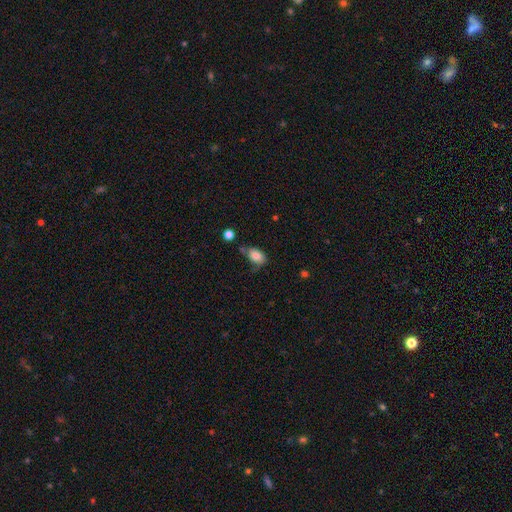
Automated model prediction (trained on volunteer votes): A smooth galaxy with no disk features (81%) that is in between round and cigar-shaped (88%).

Vote fractions:
- Smooth or featured? smooth: 81% / featured or disk: 10% / star or artifact: 9%
- How rounded? in between: 88% / round: 10% / cigar-shaped: 2%
- Merging? none: 48% / minor disturbance: 31% / major disturbance: 11% / merger: 9%